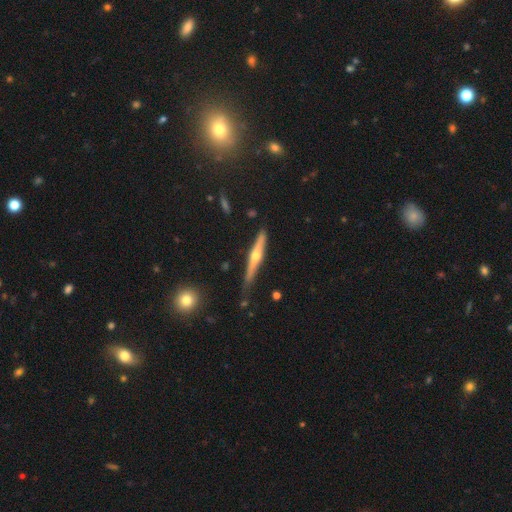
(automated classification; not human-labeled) A featured or disk galaxy (71%) viewed edge-on (97%) with a rounded central bulge (91%). Merging: none (82%).